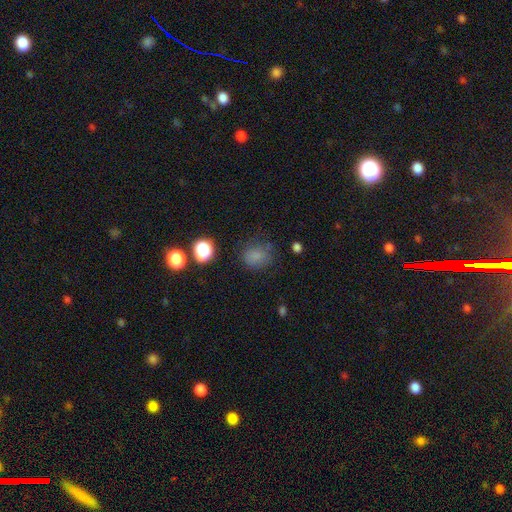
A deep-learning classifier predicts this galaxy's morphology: smooth-or-featured: smooth: 77% | star or artifact: 16% | featured or disk: 7%
  how-rounded: round: 64% | in between: 35% | cigar-shaped: 1%
  merging: none: 70% | minor disturbance: 19% | major disturbance: 8% | merger: 3%